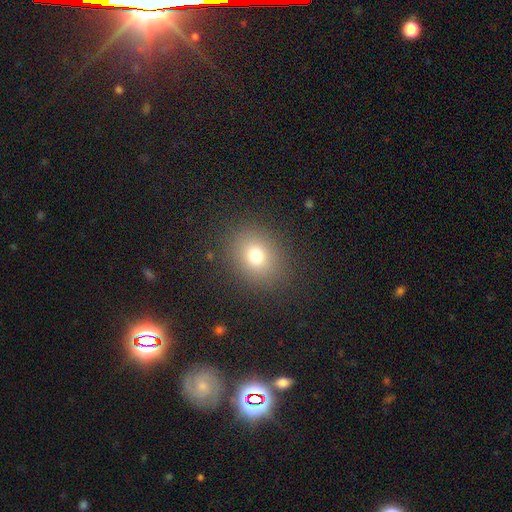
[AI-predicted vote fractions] This appears to be a smooth galaxy with no disk features (73%) that is round (60%). Merging: none (87%).